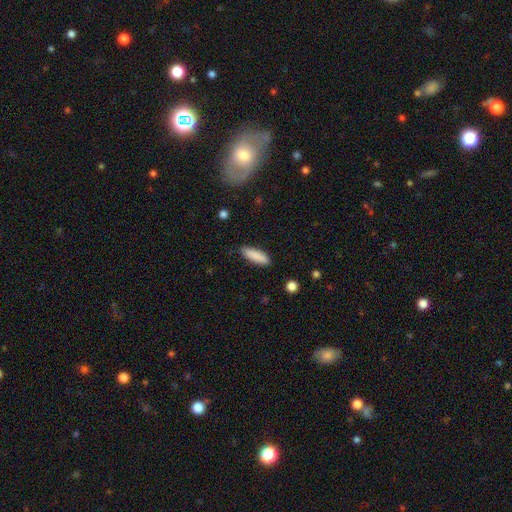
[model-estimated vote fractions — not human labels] A smooth galaxy with no disk features (88%) that is cigar-shaped (56%).

Vote fractions:
- Smooth or featured? smooth: 88% / featured or disk: 6% / star or artifact: 6%
- How rounded? cigar-shaped: 56% / in between: 42% / round: 2%
- Merging? none: 87% / minor disturbance: 9% / major disturbance: 2% / merger: 1%